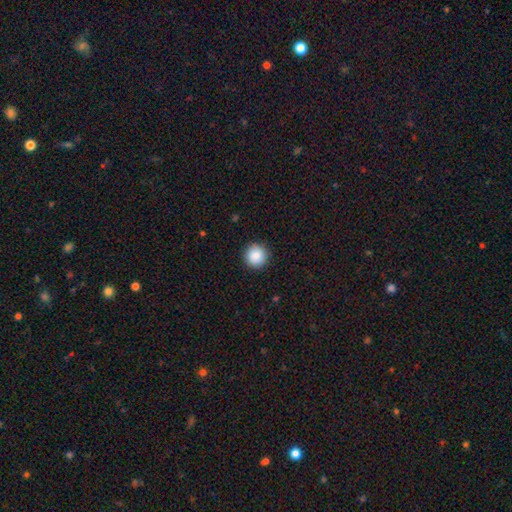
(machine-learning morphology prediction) Smooth or featured? smooth (88%)
How rounded? round (95%)
Merging? none (91%)